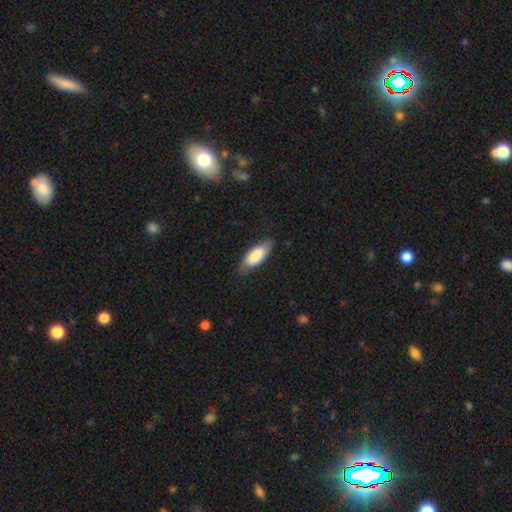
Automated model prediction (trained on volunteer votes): This is clearly a smooth galaxy (83%). How rounded: likely in between (78%). Merging: likely none (76%).